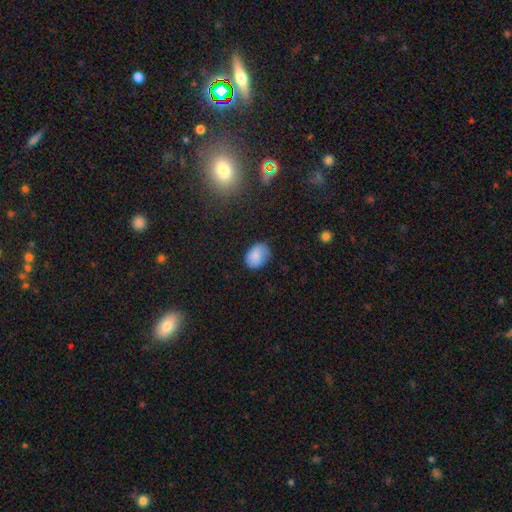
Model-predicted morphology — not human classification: smooth_or_featured: smooth (p=0.83) [alt: featured or disk p=0.09]
how_rounded: in between (p=0.74) [alt: round p=0.25]
merging: none (p=0.72) [alt: minor disturbance p=0.22]